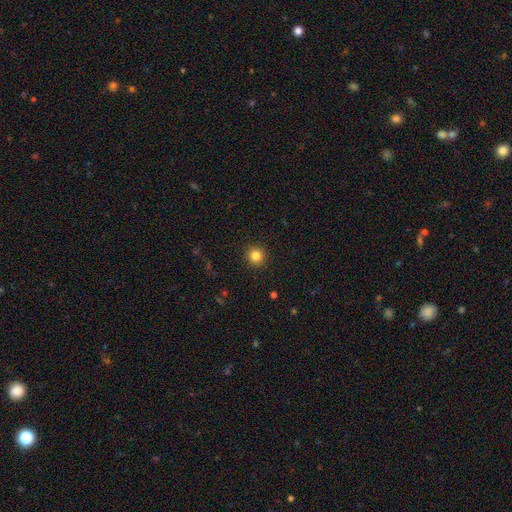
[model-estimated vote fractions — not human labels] Q: Smooth or featured?
A: smooth (83%); runner-up: star or artifact (12%)
Q: How rounded?
A: round (95%); runner-up: in between (4%)
Q: Merging?
A: none (92%); runner-up: minor disturbance (5%)